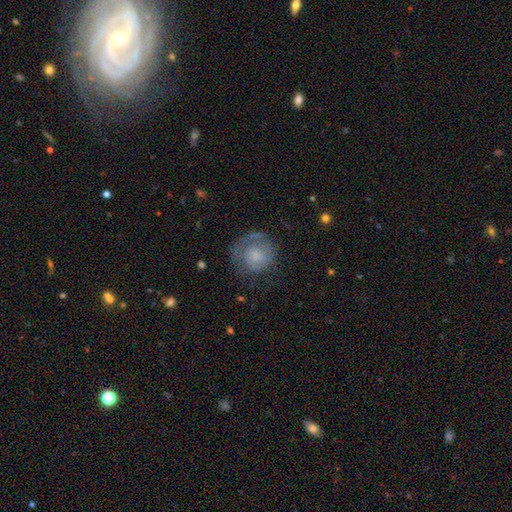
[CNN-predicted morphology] Q: Smooth or featured?
A: smooth (49%); runner-up: featured or disk (43%)
Q: Merging?
A: none (59%); runner-up: minor disturbance (22%)